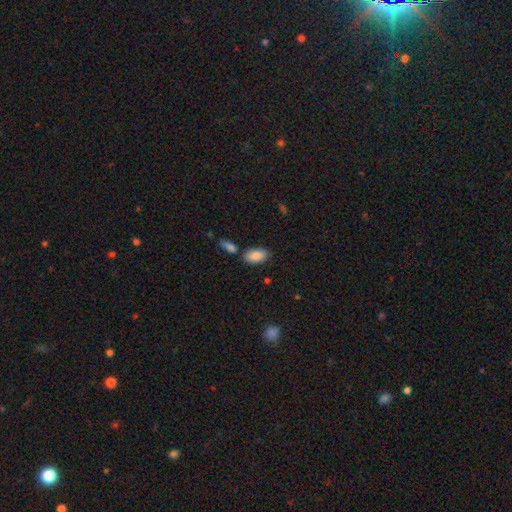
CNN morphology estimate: smooth 88%, star or artifact 6%, featured or disk 5%. Down the decision tree: how rounded — in between (94%); merging — none (73%).